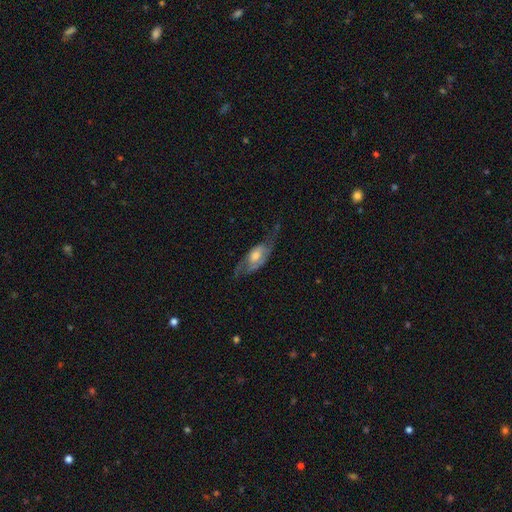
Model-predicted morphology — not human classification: Q: Smooth or featured?
A: featured or disk (65%); runner-up: smooth (28%)
Q: Edge-on disk?
A: no (80%); runner-up: yes (20%)
Q: Bar?
A: no (66%); runner-up: weak (28%)
Q: Spiral arms?
A: yes (76%); runner-up: no (24%)
Q: Bulge size?
A: moderate (59%); runner-up: small (19%)
Q: Merging?
A: none (50%); runner-up: minor disturbance (25%)